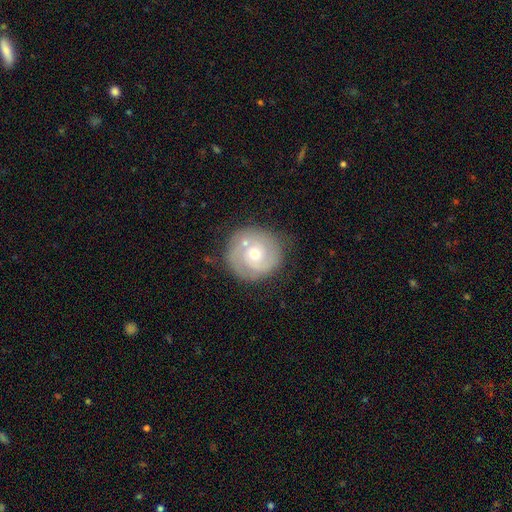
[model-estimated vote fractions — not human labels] Q: Smooth or featured?
A: featured or disk (67%); runner-up: smooth (26%)
Q: Edge-on disk?
A: no (97%); runner-up: yes (3%)
Q: Bar?
A: no (77%); runner-up: weak (19%)
Q: Spiral arms?
A: yes (83%); runner-up: no (17%)
Q: Spiral winding?
A: tight (64%); runner-up: medium (28%)
Q: Spiral arm count?
A: 2 (54%); runner-up: can't tell (23%)
Q: Bulge size?
A: moderate (60%); runner-up: small (36%)
Q: Merging?
A: none (73%); runner-up: minor disturbance (14%)